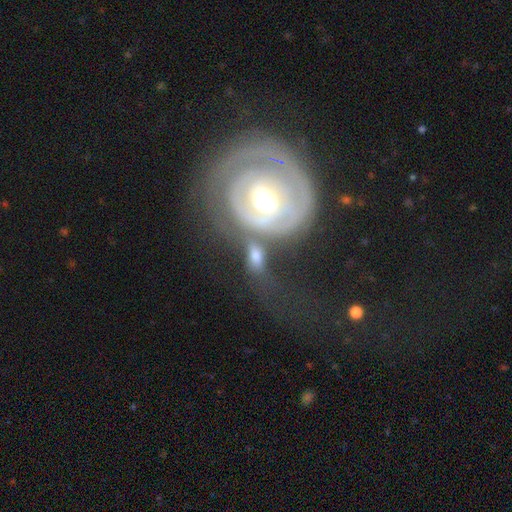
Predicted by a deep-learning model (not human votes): smooth_or_featured: smooth (p=0.50) [alt: featured or disk p=0.40]
merging: none (p=0.38) [alt: merger p=0.32]